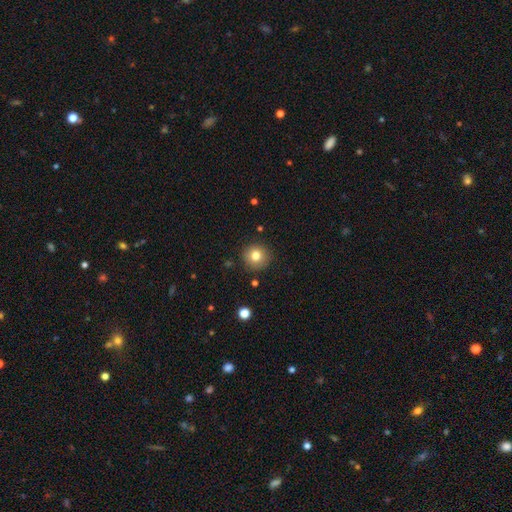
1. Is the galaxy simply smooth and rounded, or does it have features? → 85% smooth, 10% featured or disk, 5% star or artifact.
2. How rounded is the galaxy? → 97% round, 3% in between, 0% cigar-shaped.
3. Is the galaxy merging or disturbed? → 84% none, 11% minor disturbance, 3% major disturbance, 3% merger.